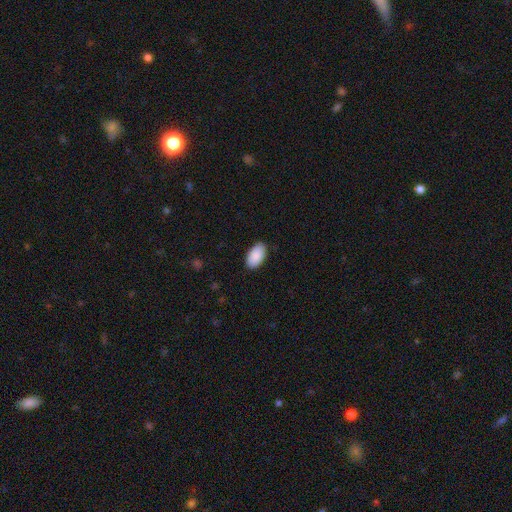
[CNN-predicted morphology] A smooth galaxy with no disk features (91%) that is in between round and cigar-shaped (96%).

Vote fractions:
- Smooth or featured? smooth: 91% / star or artifact: 6% / featured or disk: 3%
- How rounded? in between: 96% / round: 3% / cigar-shaped: 1%
- Merging? none: 88% / minor disturbance: 9% / major disturbance: 2% / merger: 1%